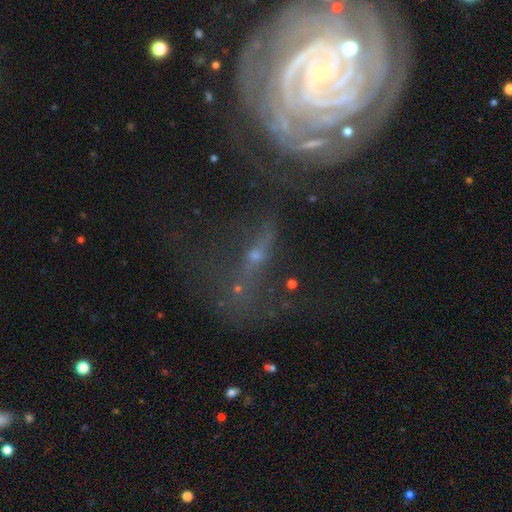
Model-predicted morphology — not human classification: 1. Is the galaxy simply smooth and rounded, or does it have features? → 63% featured or disk, 21% star or artifact, 16% smooth.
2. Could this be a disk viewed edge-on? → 74% no, 26% yes.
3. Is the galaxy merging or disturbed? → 41% none, 27% major disturbance, 17% minor disturbance, 14% merger.